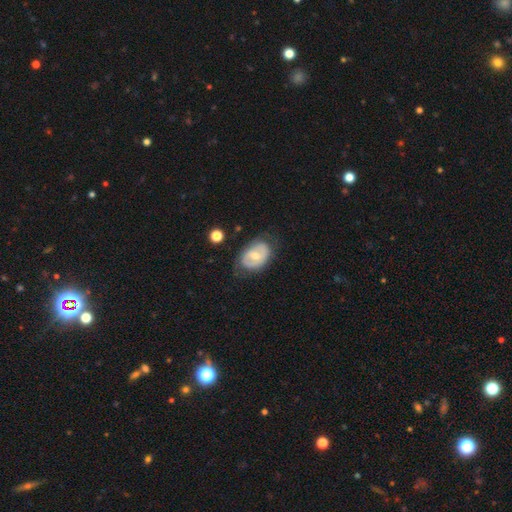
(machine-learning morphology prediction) smooth-or-featured: featured or disk: 50% | smooth: 44% | star or artifact: 7%
  merging: none: 63% | minor disturbance: 25% | major disturbance: 10% | merger: 2%